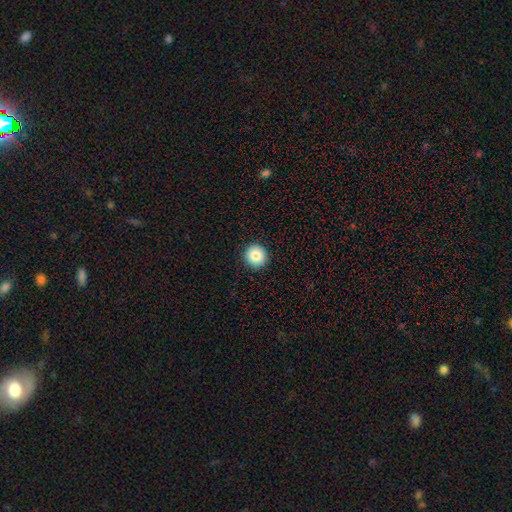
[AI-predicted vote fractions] Q: Smooth or featured?
A: smooth (85%); runner-up: star or artifact (9%)
Q: How rounded?
A: round (94%); runner-up: in between (6%)
Q: Merging?
A: none (93%); runner-up: minor disturbance (5%)